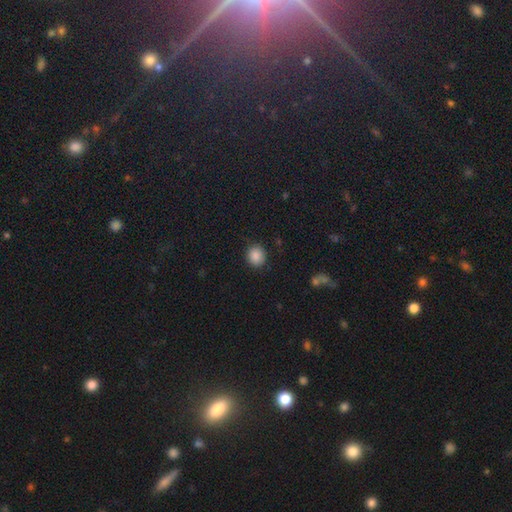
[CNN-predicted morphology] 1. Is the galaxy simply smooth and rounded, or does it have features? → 87% smooth, 9% star or artifact, 4% featured or disk.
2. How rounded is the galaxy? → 82% round, 17% in between, 1% cigar-shaped.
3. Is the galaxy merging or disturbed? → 88% none, 8% minor disturbance, 3% major disturbance, 1% merger.